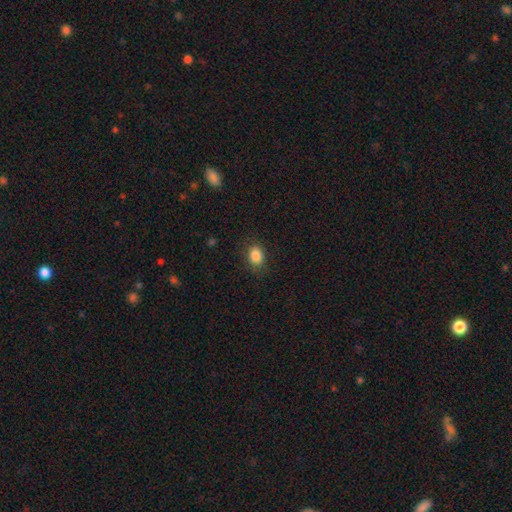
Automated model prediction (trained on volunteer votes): Smooth or featured? smooth (86%)
How rounded? in between (64%)
Merging? none (82%)